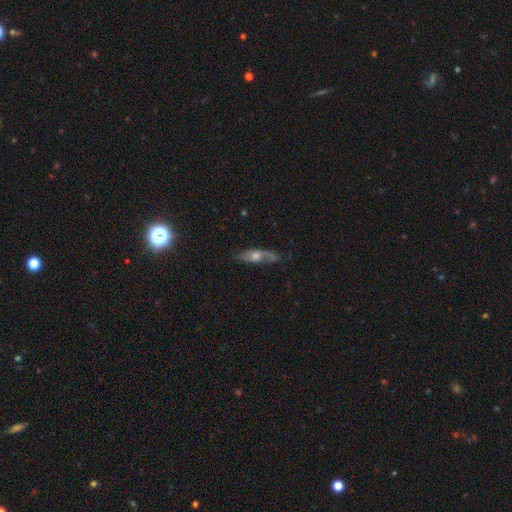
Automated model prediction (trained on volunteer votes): Smooth or featured? featured or disk (61%)
Edge-on disk? no (61%)
Merging? none (70%)